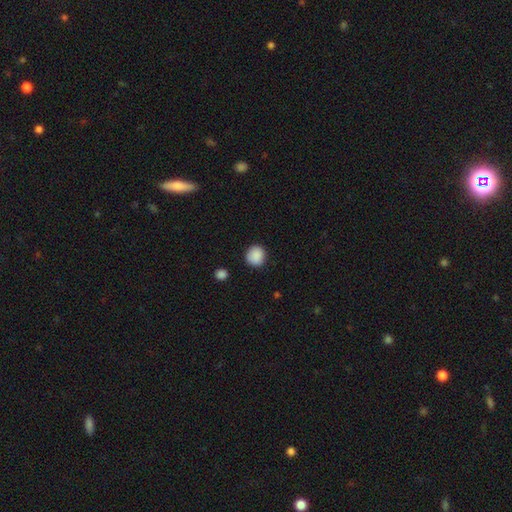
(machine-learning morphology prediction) A smooth galaxy with no disk features (89%) that is round (86%).

Vote fractions:
- Smooth or featured? smooth: 89% / star or artifact: 8% / featured or disk: 3%
- How rounded? round: 86% / in between: 13% / cigar-shaped: 1%
- Merging? none: 86% / minor disturbance: 10% / major disturbance: 2% / merger: 2%